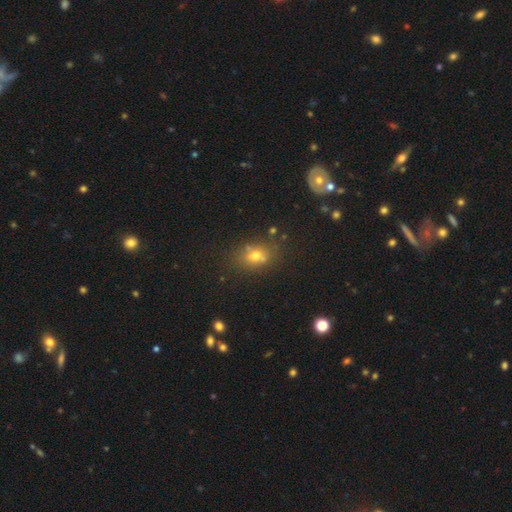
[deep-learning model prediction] A smooth galaxy with no disk features (62%) that is in between round and cigar-shaped (64%). Merging: none (70%).